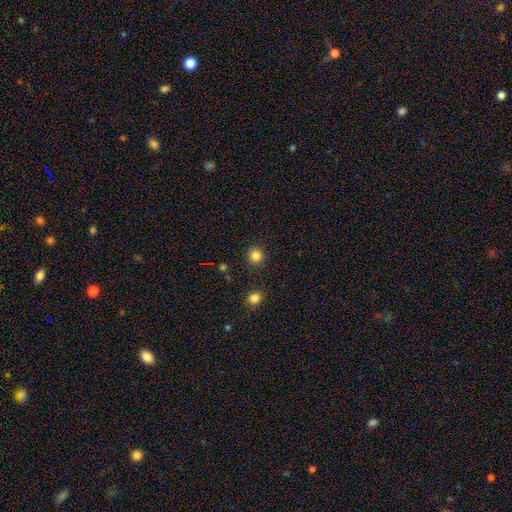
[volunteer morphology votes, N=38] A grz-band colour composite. It shows a smooth galaxy with no disk features (84%) that is round (100%). Merging: none (97%).